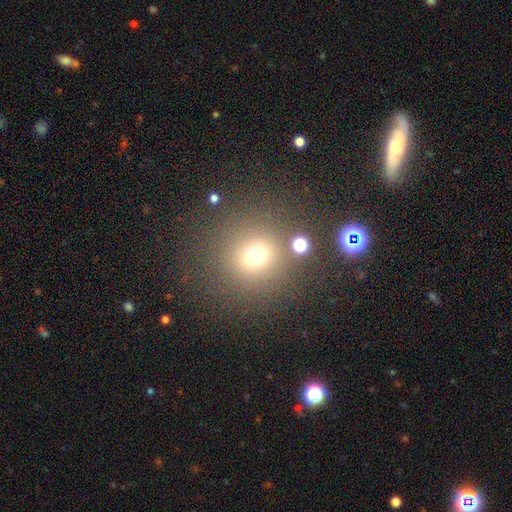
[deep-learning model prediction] smooth-or-featured: smooth: 70% | star or artifact: 21% | featured or disk: 9%
  how-rounded: round: 91% | in between: 8% | cigar-shaped: 1%
  merging: none: 79% | minor disturbance: 9% | merger: 7% | major disturbance: 5%